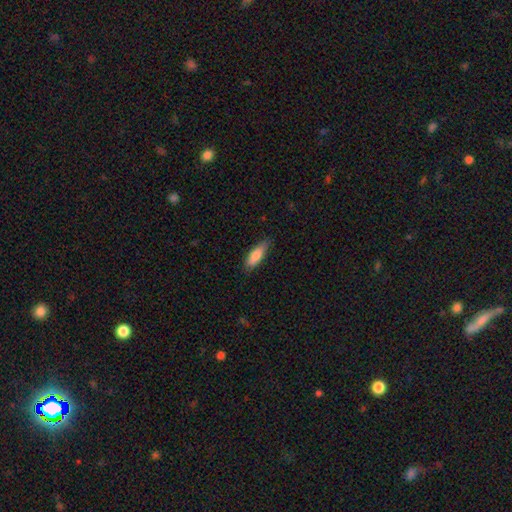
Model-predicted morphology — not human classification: type=smooth (82%); roundness=in between (51%); merging=none (77%).